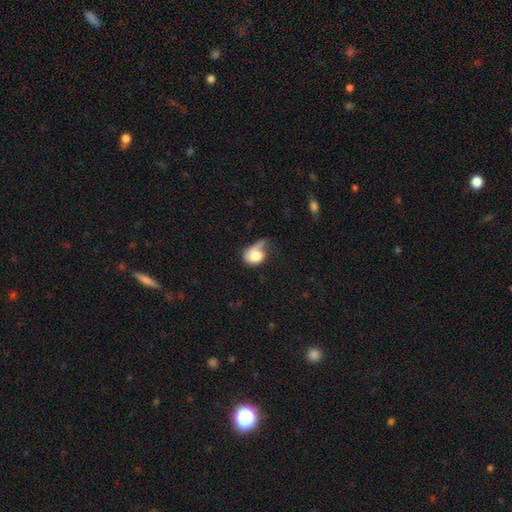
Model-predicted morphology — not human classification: smooth 63%, featured or disk 29%, star or artifact 7%. Down the decision tree: how rounded — in between (58%); merging — major disturbance (39%).